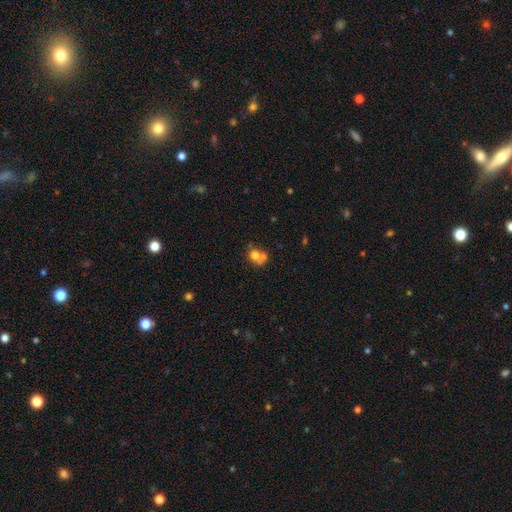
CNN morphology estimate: A smooth galaxy with no disk features (67%) that is round (67%).

Vote fractions:
- Smooth or featured? smooth: 67% / featured or disk: 21% / star or artifact: 12%
- How rounded? round: 67% / in between: 32% / cigar-shaped: 1%
- Merging? merger: 53% / none: 30% / minor disturbance: 10% / major disturbance: 7%